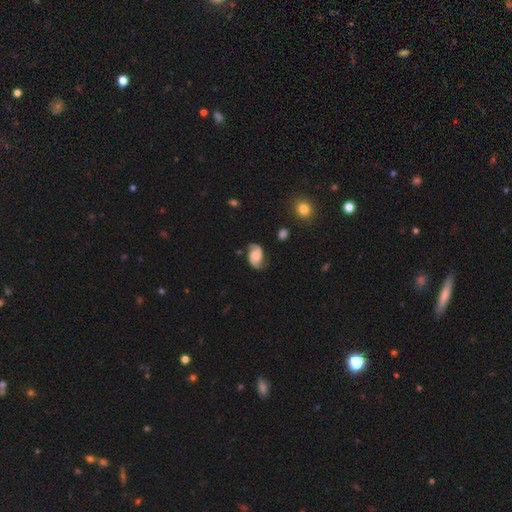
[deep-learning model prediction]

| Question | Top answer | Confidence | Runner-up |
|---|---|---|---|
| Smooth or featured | featured or disk | 82% | smooth (12%) |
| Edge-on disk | no | 98% | yes (2%) |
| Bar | no | 58% | weak (33%) |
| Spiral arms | yes | 97% | no (3%) |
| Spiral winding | medium | 51% | loose (28%) |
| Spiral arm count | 2 | 93% | can't tell (2%) |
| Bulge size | none | 32% | moderate (25%) |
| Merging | none | 76% | minor disturbance (16%) |